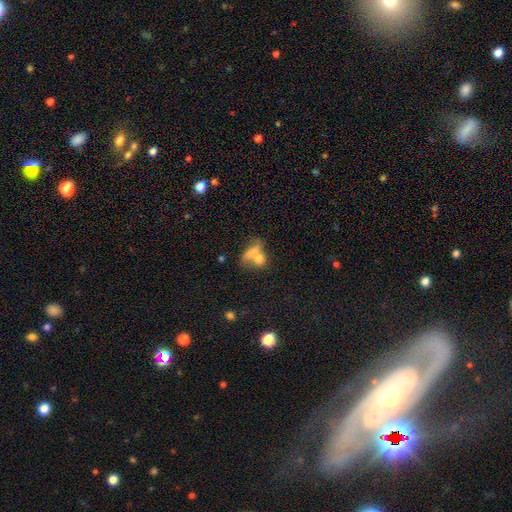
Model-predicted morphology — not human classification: Smooth or featured?
  - smooth: 67% *
  - featured or disk: 23%
  - star or artifact: 10%
How rounded?
  - in between: 55% *
  - round: 37%
  - cigar-shaped: 8%
Merging?
  - merger: 62% *
  - none: 23%
  - minor disturbance: 8%
  - major disturbance: 6%